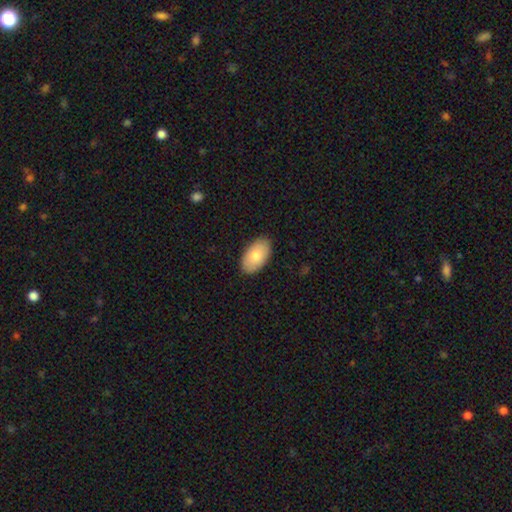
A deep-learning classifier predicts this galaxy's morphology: This is likely a smooth galaxy (79%). How rounded: clearly in between (95%). Merging: clearly none (87%).